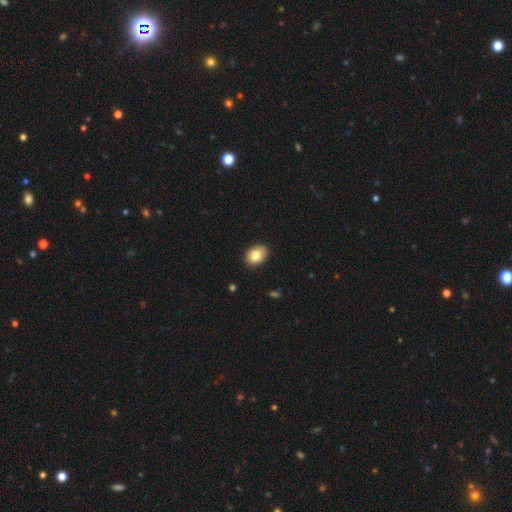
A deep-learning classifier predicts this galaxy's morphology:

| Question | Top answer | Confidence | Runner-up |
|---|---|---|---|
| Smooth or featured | smooth | 82% | featured or disk (10%) |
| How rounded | in between | 73% | round (27%) |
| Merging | none | 89% | minor disturbance (8%) |